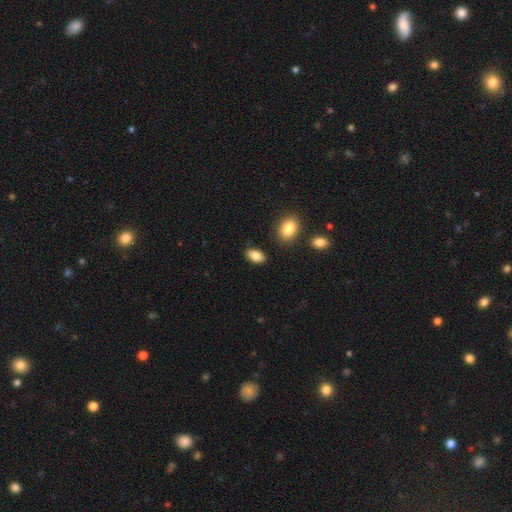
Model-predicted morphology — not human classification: A smooth galaxy with no disk features (86%) that is in between round and cigar-shaped (92%). Merging: none (86%).